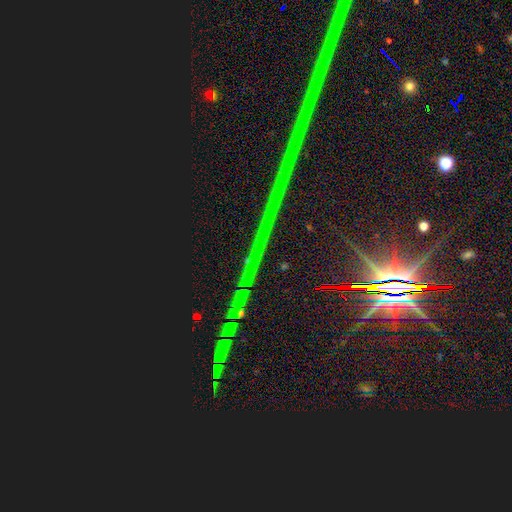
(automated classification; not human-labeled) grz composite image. It shows a star or artifact, not a galaxy (90%).